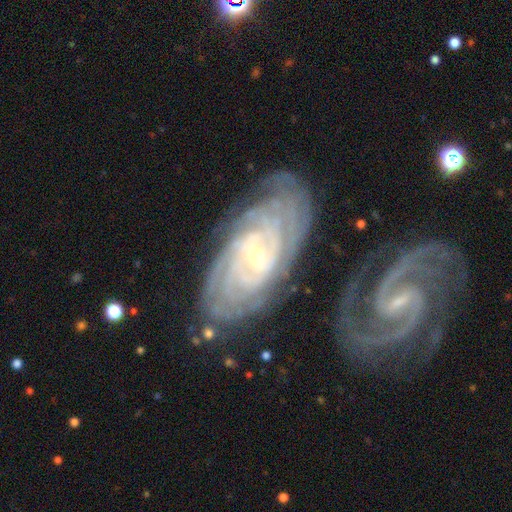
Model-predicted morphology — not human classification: This is clearly a featured or disk galaxy (91%). It is clearly not viewed edge-on (95%). Bar: marginally weak (43%). Spiral arm pattern: clearly yes (98%). Spiral arm count: marginally 4 (24%). Spiral winding: clearly tight (81%). Central bulge: likely small (75%). Merging: likely none (73%).